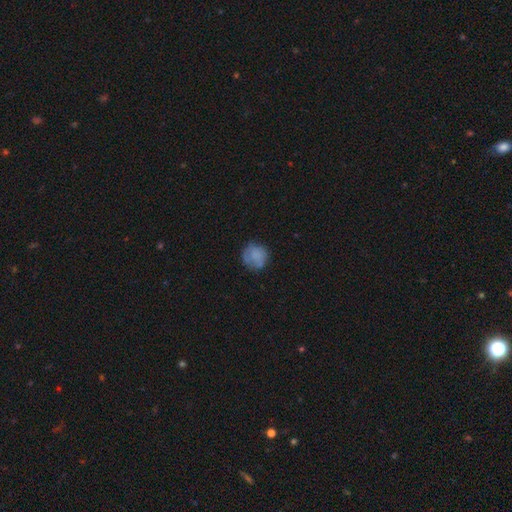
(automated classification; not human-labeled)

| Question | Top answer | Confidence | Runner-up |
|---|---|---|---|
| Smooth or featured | smooth | 74% | featured or disk (17%) |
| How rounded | round | 89% | in between (10%) |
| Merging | none | 69% | minor disturbance (22%) |